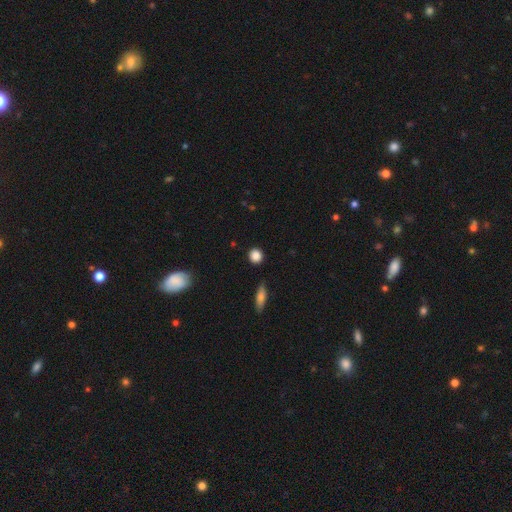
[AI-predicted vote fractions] A smooth galaxy with no disk features (86%) that is round (89%).

Vote fractions:
- Smooth or featured? smooth: 86% / star or artifact: 9% / featured or disk: 4%
- How rounded? round: 89% / in between: 9% / cigar-shaped: 2%
- Merging? none: 89% / minor disturbance: 7% / major disturbance: 2% / merger: 2%